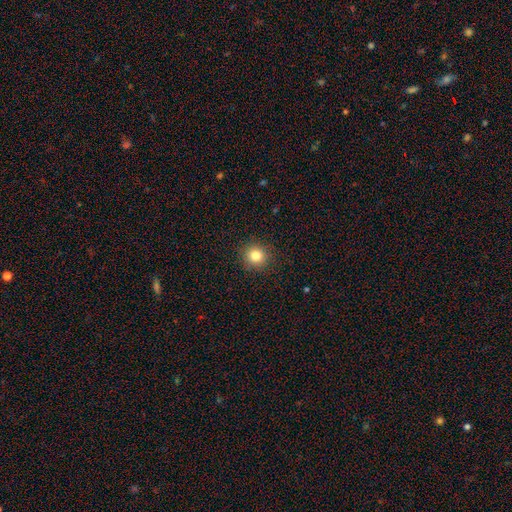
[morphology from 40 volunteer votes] A smooth galaxy with no disk features (82%) that is round (88%).

Vote fractions:
- Smooth or featured? smooth: 82% / star or artifact: 12% / featured or disk: 5%
- How rounded? round: 88% / in between: 12% / cigar-shaped: 0%
- Merging? none: 97% / minor disturbance: 3% / major disturbance: 0% / merger: 0%